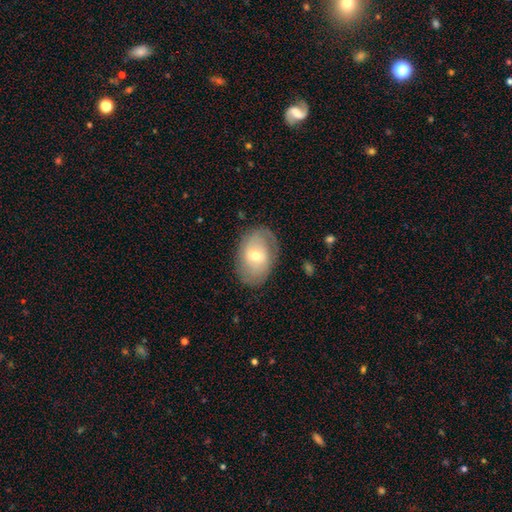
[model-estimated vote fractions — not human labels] Smooth or featured?
  - featured or disk: 49% *
  - smooth: 44%
  - star or artifact: 7%
Merging?
  - none: 76% *
  - minor disturbance: 17%
  - major disturbance: 7%
  - merger: 1%